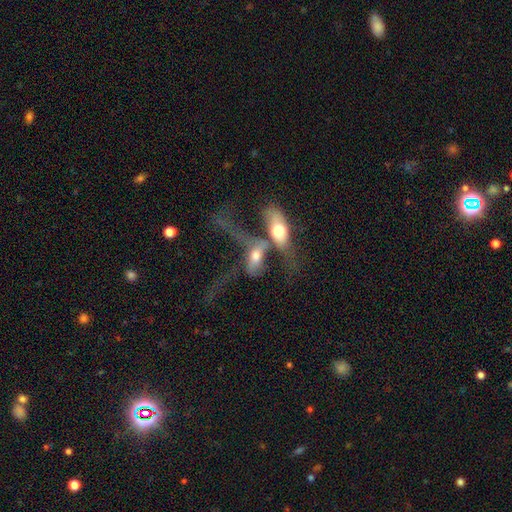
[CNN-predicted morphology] featured or disk 46%, smooth 45%, star or artifact 8%. Down the decision tree: merging — merger (73%).